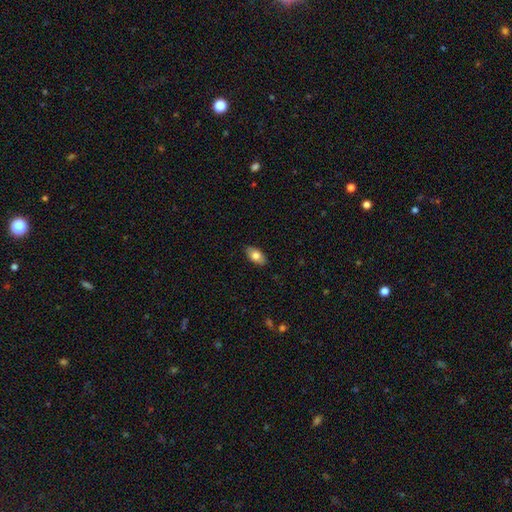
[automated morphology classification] Smooth or featured? smooth (77%)
How rounded? in between (93%)
Merging? none (87%)